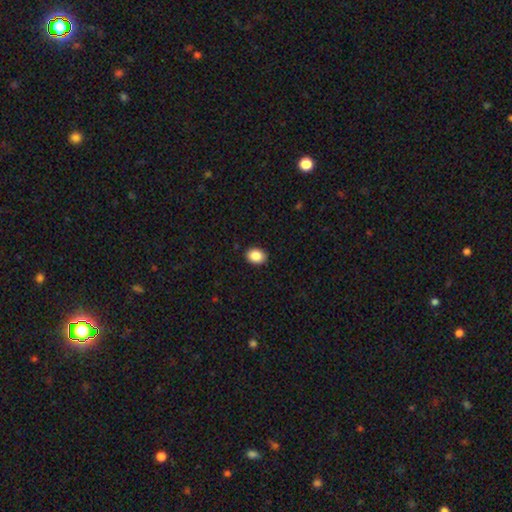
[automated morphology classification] This appears to be a smooth galaxy with no disk features (87%) that is in between round and cigar-shaped (64%). Merging: none (90%).